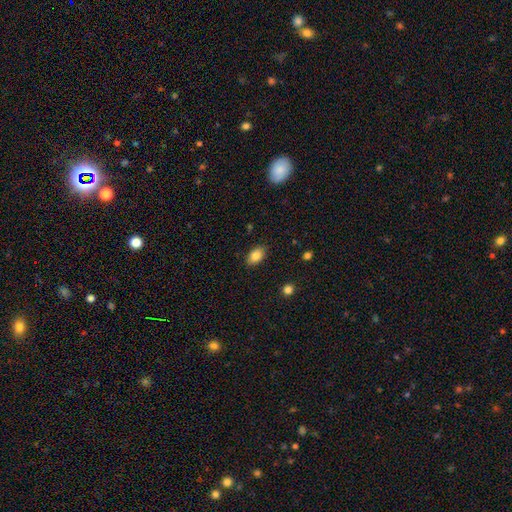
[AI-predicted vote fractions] smooth 83%, featured or disk 9%, star or artifact 8%. Down the decision tree: how rounded — in between (89%); merging — none (87%).